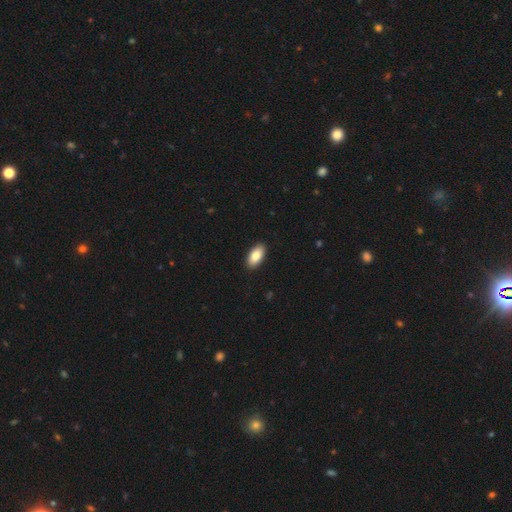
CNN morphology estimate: A smooth galaxy with no disk features (86%) that is in between round and cigar-shaped (94%). Merging: none (91%).